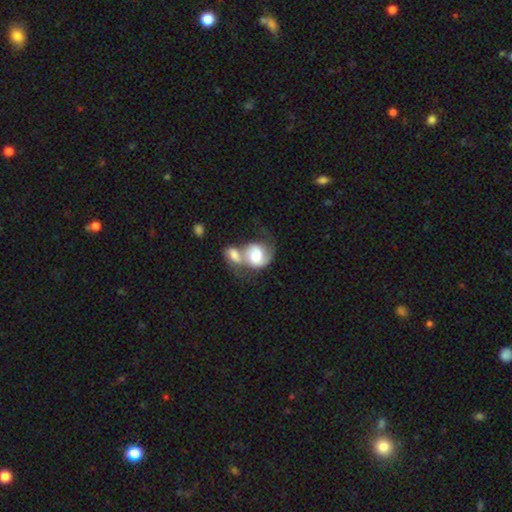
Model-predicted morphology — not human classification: featured or disk 49%, smooth 45%, star or artifact 7%. Down the decision tree: merging — merger (66%).